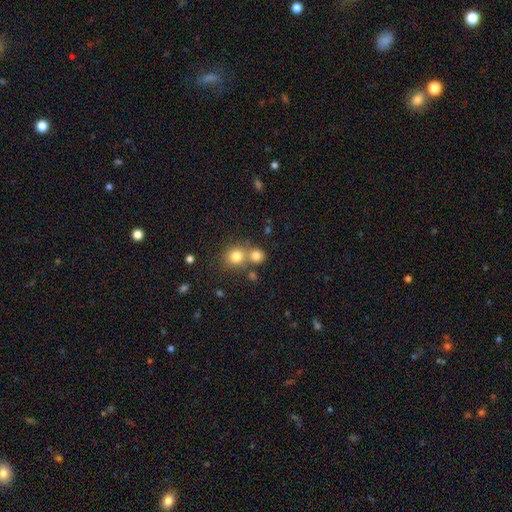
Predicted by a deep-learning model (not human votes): smooth-or-featured: smooth: 78% | star or artifact: 13% | featured or disk: 9%
  how-rounded: round: 85% | in between: 14% | cigar-shaped: 1%
  merging: none: 51% | merger: 39% | minor disturbance: 7% | major disturbance: 3%